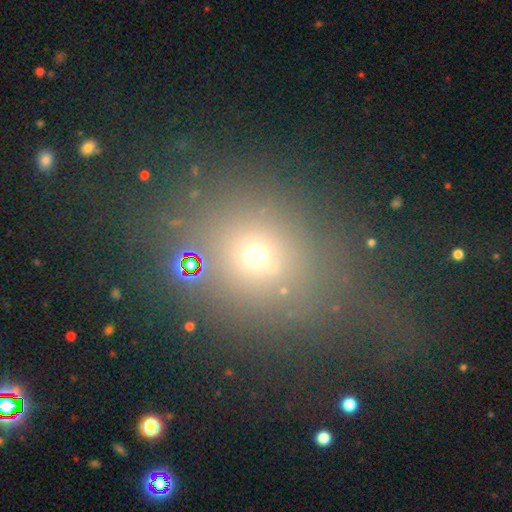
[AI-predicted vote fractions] This is possibly a smooth galaxy (57%). How rounded: likely round (69%). Merging: possibly none (53%).